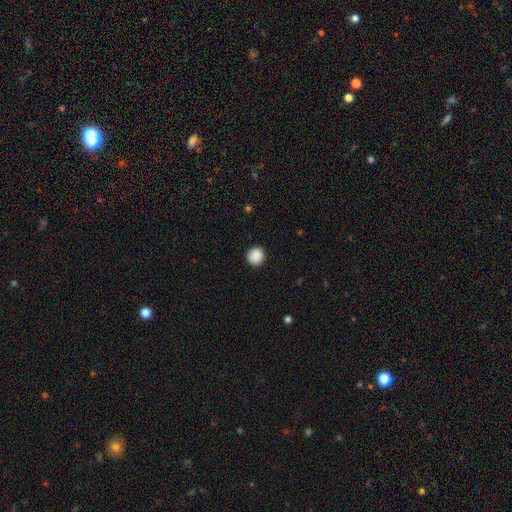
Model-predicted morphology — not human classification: smooth 89%, star or artifact 8%, featured or disk 3%. Down the decision tree: how rounded — round (93%); merging — none (91%).